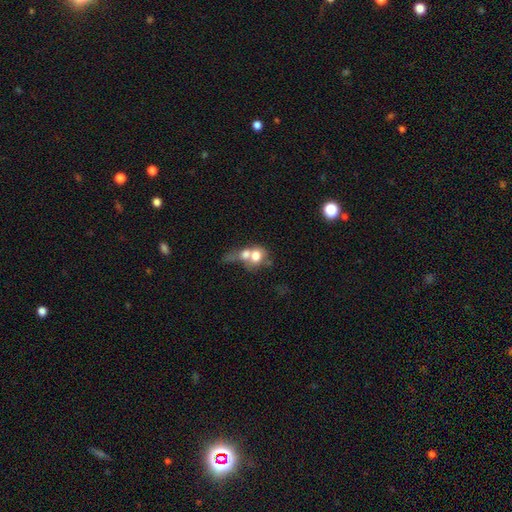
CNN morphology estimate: smooth_or_featured: smooth (p=0.64) [alt: featured or disk p=0.25]
how_rounded: round (p=0.52) [alt: in between p=0.46]
merging: merger (p=0.68) [alt: none p=0.17]